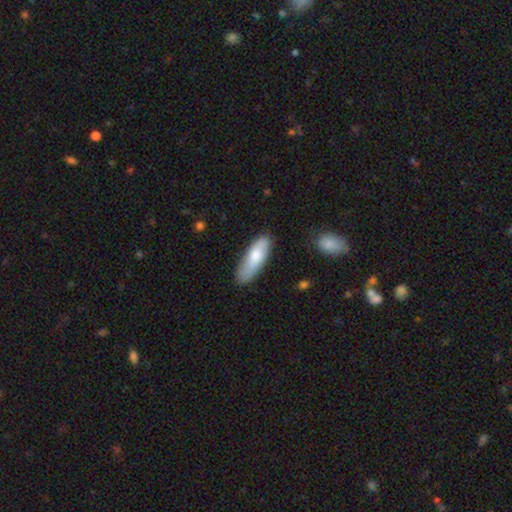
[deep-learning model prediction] smooth-or-featured: smooth: 76% | featured or disk: 19% | star or artifact: 5%
  how-rounded: in between: 59% | cigar-shaped: 39% | round: 2%
  merging: none: 77% | minor disturbance: 18% | major disturbance: 4% | merger: 2%